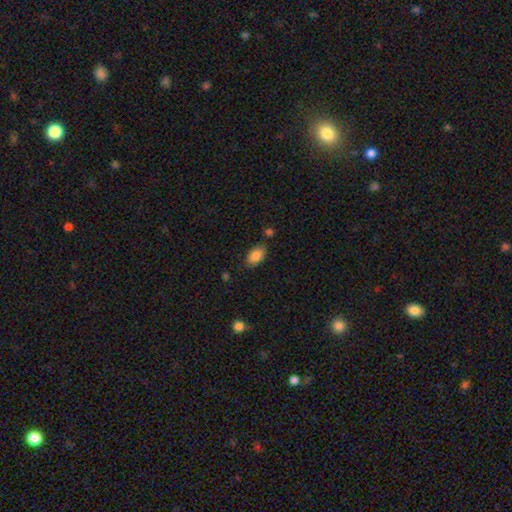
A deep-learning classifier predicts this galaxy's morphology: Smooth or featured? smooth (87%)
How rounded? in between (91%)
Merging? none (78%)